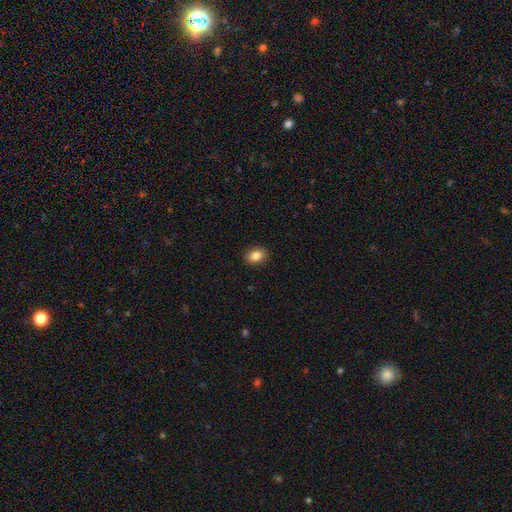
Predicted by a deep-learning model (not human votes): Overall: smooth (85%). How rounded: in between (62%; round 37%). Merging: none (90%).